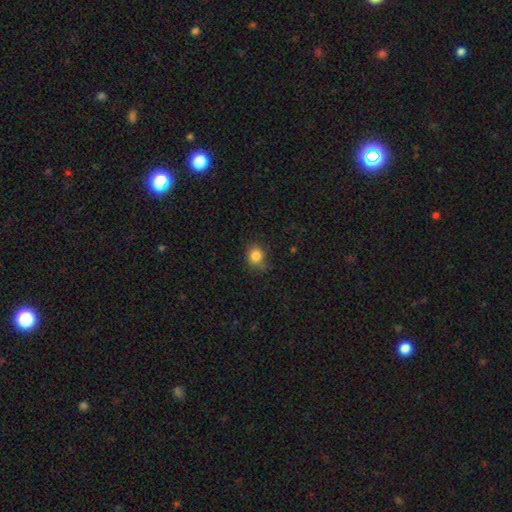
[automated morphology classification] The model was most divided on "how rounded": round: 73%, in between: 26%, cigar-shaped: 1%. More confident: smooth or featured — smooth (83%); merging — none (73%).